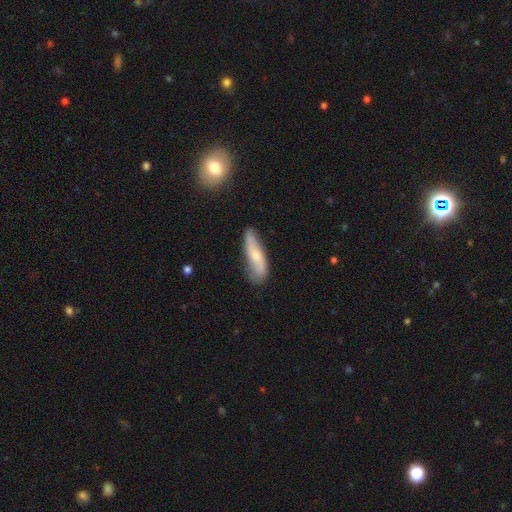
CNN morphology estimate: This appears to be a smooth galaxy with no disk features (51%) that is cigar-shaped (60%). Merging: none (67%).